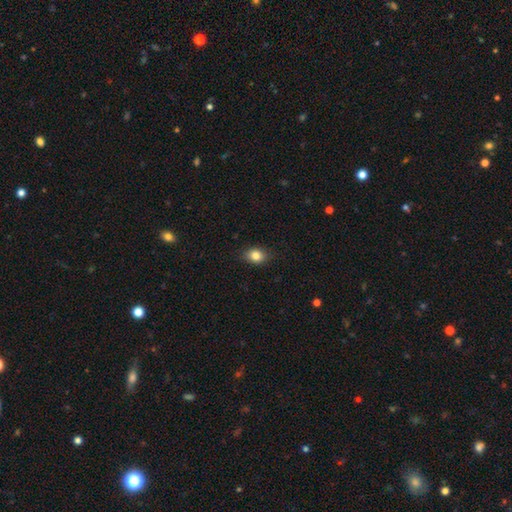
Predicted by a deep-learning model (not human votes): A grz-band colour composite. It shows a smooth galaxy with no disk features (82%) that is in between round and cigar-shaped (60%). Merging: none (84%).